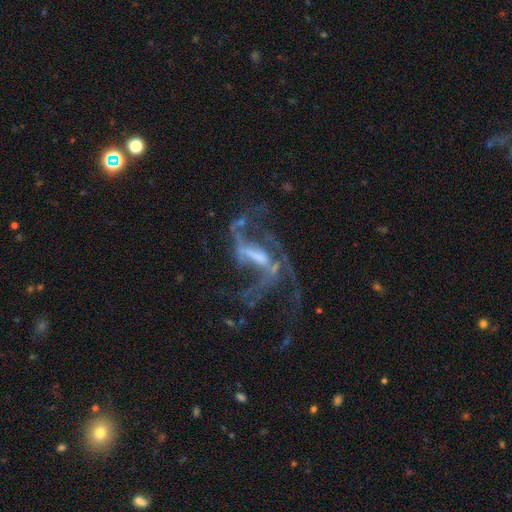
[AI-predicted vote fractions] Smooth or featured? featured or disk (84%)
Edge-on disk? no (94%)
Bar? strong (50%)
Spiral arms? yes (88%)
Spiral winding? loose (60%)
Spiral arm count? 2 (46%)
Bulge size? moderate (35%)
Merging? major disturbance (44%)